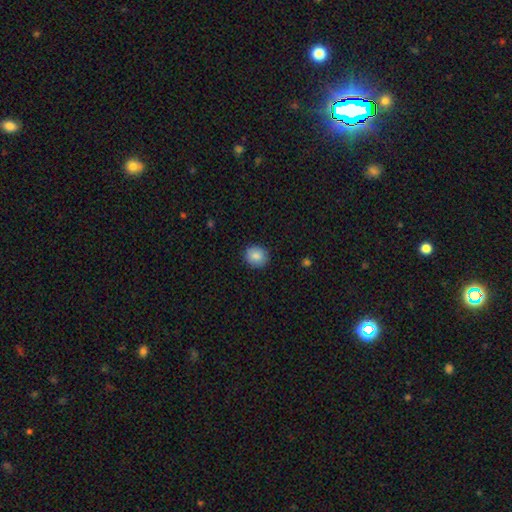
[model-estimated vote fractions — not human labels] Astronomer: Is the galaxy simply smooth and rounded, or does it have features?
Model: smooth — 86%.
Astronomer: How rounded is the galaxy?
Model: round — 85%.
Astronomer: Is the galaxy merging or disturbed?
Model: none — 89%.